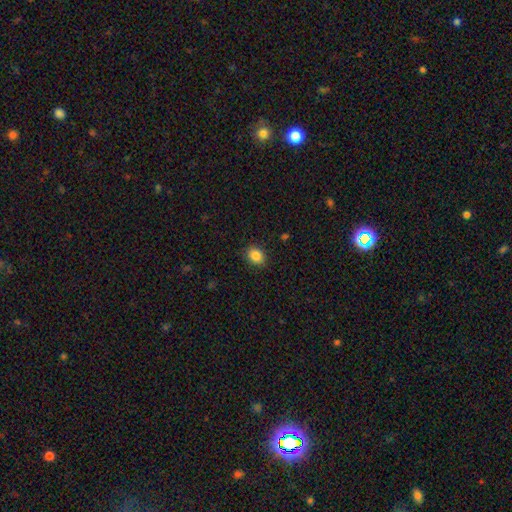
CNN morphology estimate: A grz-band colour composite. It shows a smooth galaxy with no disk features (86%) that is in between round and cigar-shaped (50%). Merging: none (88%).